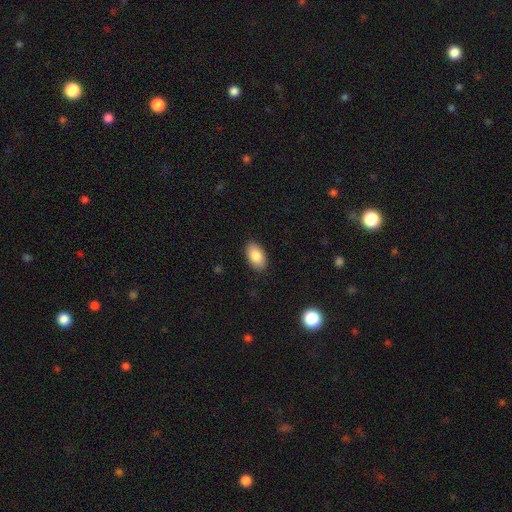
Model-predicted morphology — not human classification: Overall: smooth (87%). How rounded: in between (95%). Merging: none (88%).